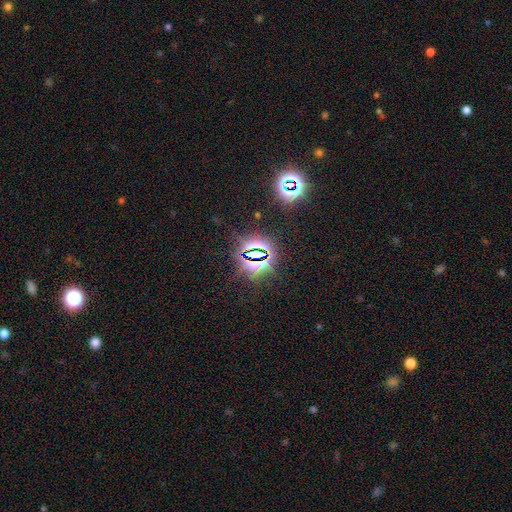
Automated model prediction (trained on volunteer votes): This is clearly a star or artifact rather than a galaxy (81%).